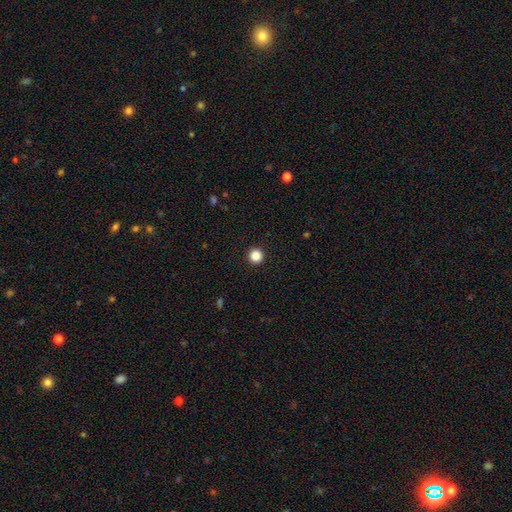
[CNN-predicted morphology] Smooth or featured?
  - smooth: 87% *
  - star or artifact: 11%
  - featured or disk: 3%
How rounded?
  - round: 96% *
  - in between: 3%
  - cigar-shaped: 1%
Merging?
  - none: 94% *
  - minor disturbance: 4%
  - major disturbance: 2%
  - merger: 1%